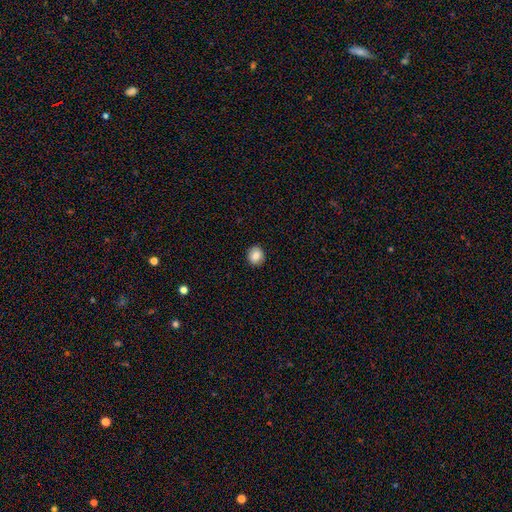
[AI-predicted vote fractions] A smooth galaxy with no disk features (84%) that is round (84%).

Vote fractions:
- Smooth or featured? smooth: 84% / star or artifact: 9% / featured or disk: 7%
- How rounded? round: 84% / in between: 15% / cigar-shaped: 1%
- Merging? none: 91% / minor disturbance: 6% / major disturbance: 2% / merger: 1%